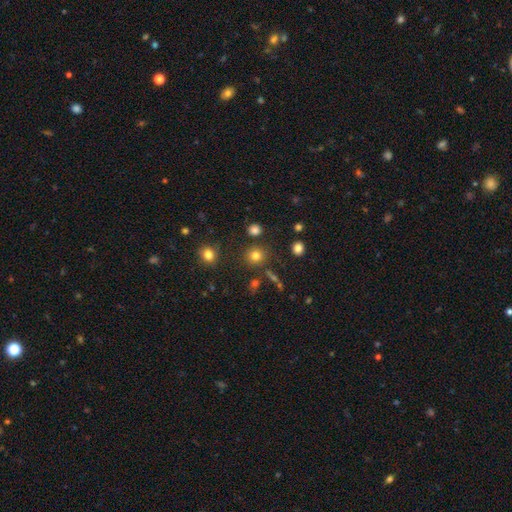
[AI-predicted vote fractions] Q: Smooth or featured?
A: smooth (77%); runner-up: star or artifact (15%)
Q: How rounded?
A: round (90%); runner-up: in between (9%)
Q: Merging?
A: none (83%); runner-up: minor disturbance (8%)